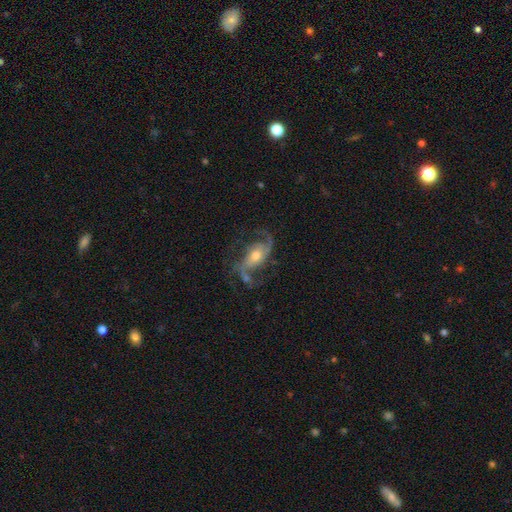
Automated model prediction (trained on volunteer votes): featured or disk 86%, smooth 8%, star or artifact 6%. Down the decision tree: edge-on disk — no (95%); bar — no (52%); spiral arms — yes (96%); spiral arm count — 2 (80%); spiral winding — loose (48%); bulge size — moderate (64%); merging — none (61%).